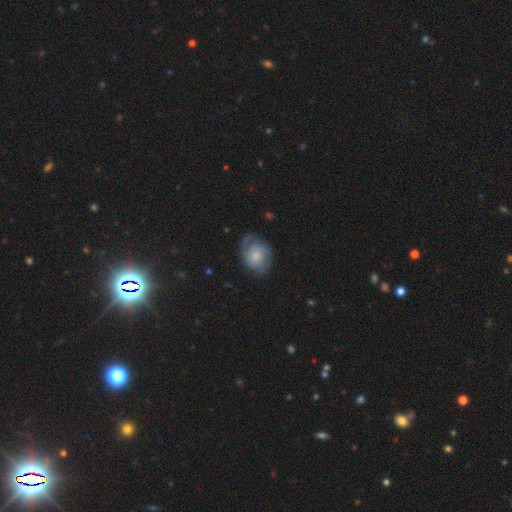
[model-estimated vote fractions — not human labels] featured or disk 55%, smooth 38%, star or artifact 7%. Down the decision tree: edge-on disk — no (97%); bar — no (76%); spiral arms — yes (83%); bulge size — small (62%); merging — none (55%).